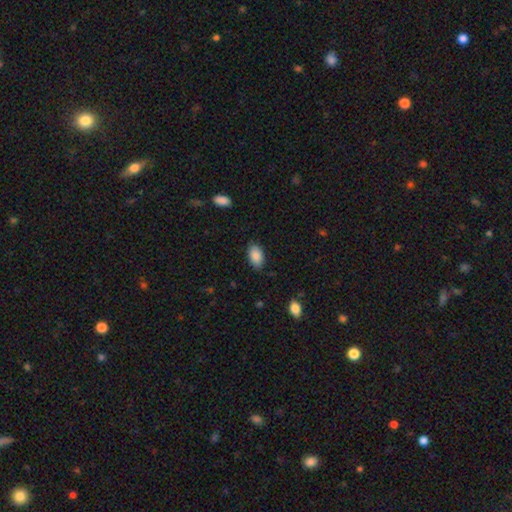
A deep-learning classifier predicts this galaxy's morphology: This is clearly a smooth galaxy (88%). How rounded: clearly in between (94%). Merging: clearly none (84%).